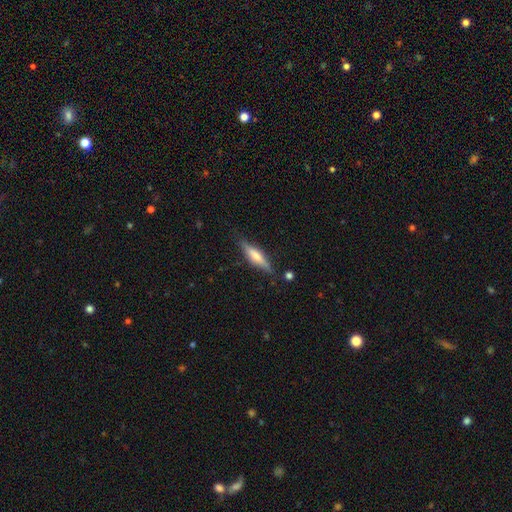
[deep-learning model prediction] The model was most divided on "smooth or featured": featured or disk: 49%, smooth: 44%, star or artifact: 7%. More confident: merging — none (81%).